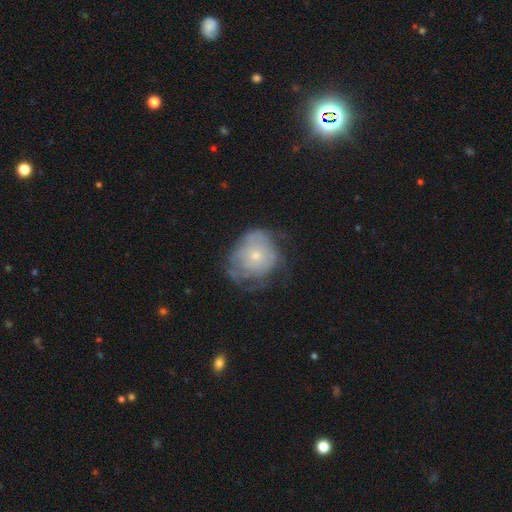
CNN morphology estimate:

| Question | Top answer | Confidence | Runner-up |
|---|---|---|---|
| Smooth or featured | featured or disk | 46% | smooth (45%) |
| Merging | none | 44% | minor disturbance (29%) |